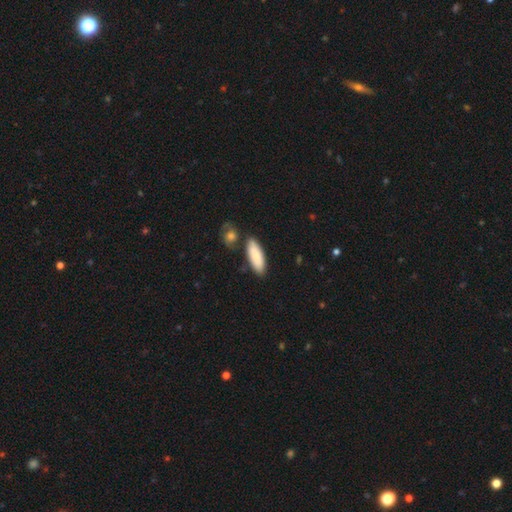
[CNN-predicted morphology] smooth_or_featured: smooth (p=0.84) [alt: featured or disk p=0.10]
how_rounded: in between (p=0.68) [alt: cigar-shaped p=0.30]
merging: none (p=0.76) [alt: minor disturbance p=0.13]